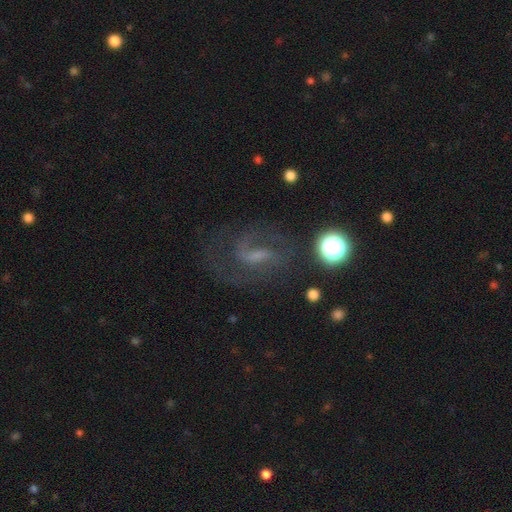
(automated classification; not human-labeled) Smooth or featured? Predicted: featured or disk (p=0.75). Edge-on disk? Predicted: no (p=0.95). Bar? Predicted: weak (p=0.48). Spiral arms? Predicted: yes (p=0.91). Spiral winding? Predicted: medium (p=0.52). Spiral arm count? Predicted: 2 (p=0.75). Bulge size? Predicted: none (p=0.37). Merging? Predicted: none (p=0.65).